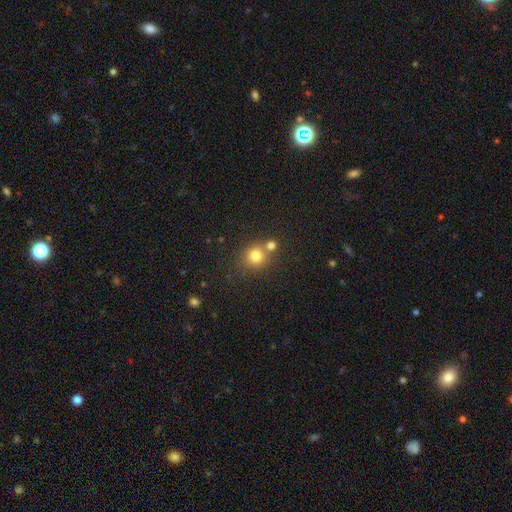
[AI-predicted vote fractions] Smooth or featured? smooth (79%)
How rounded? round (87%)
Merging? none (58%)